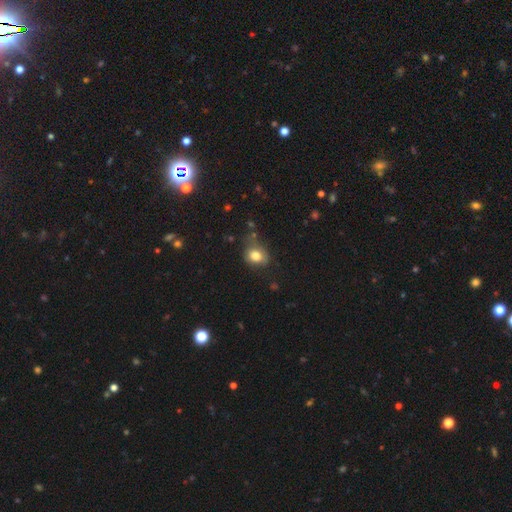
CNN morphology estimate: smooth 80%, star or artifact 10%, featured or disk 10%. Down the decision tree: how rounded — in between (50%); merging — none (59%).